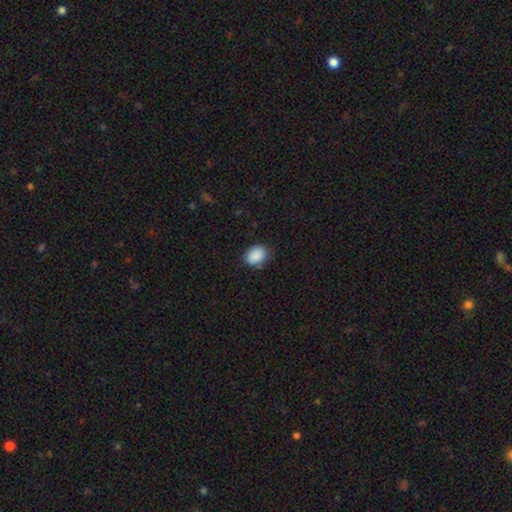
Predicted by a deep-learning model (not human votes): smooth_or_featured: smooth (p=0.89) [alt: star or artifact p=0.07]
how_rounded: in between (p=0.63) [alt: round p=0.36]
merging: none (p=0.82) [alt: minor disturbance p=0.14]